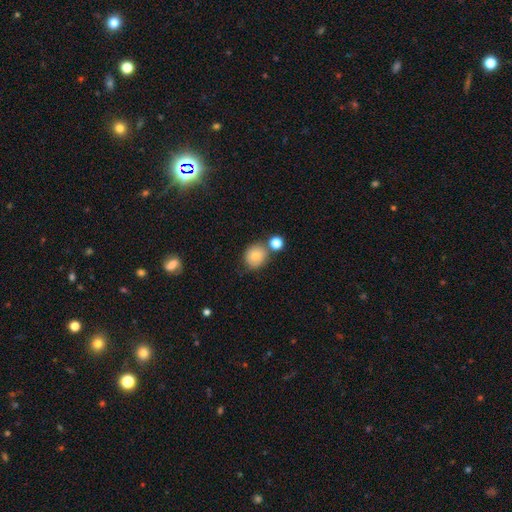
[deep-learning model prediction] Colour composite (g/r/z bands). It shows a smooth galaxy with no disk features (82%) that is round (74%). Merging: none (64%).